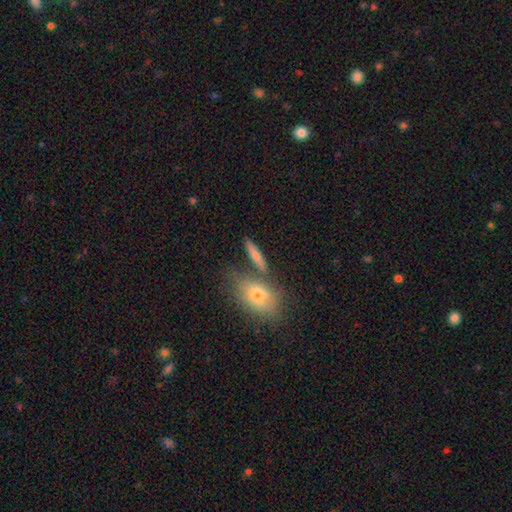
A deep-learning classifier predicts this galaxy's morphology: Q: Smooth or featured?
A: smooth (69%); runner-up: featured or disk (22%)
Q: How rounded?
A: cigar-shaped (63%); runner-up: in between (29%)
Q: Merging?
A: none (66%); runner-up: merger (17%)